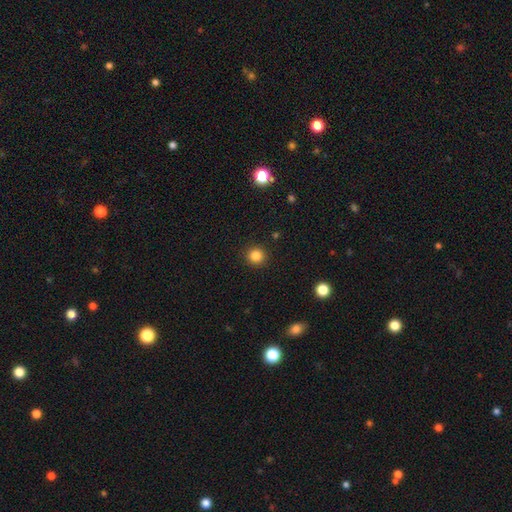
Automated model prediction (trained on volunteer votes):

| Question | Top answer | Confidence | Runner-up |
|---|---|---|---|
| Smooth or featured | smooth | 84% | star or artifact (12%) |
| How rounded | round | 94% | in between (5%) |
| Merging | none | 92% | minor disturbance (5%) |